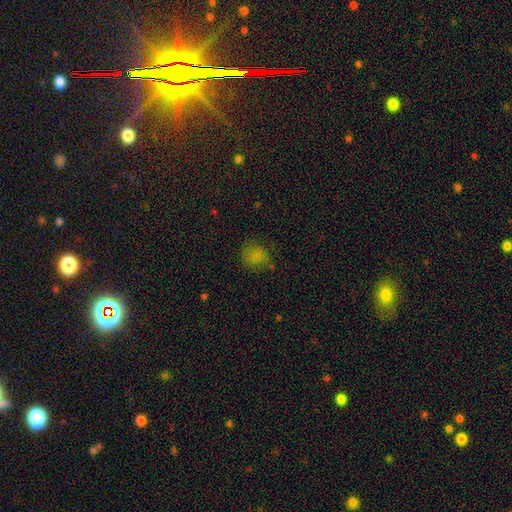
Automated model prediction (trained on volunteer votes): This is likely a smooth galaxy (76%). How rounded: likely round (77%). Merging: likely none (69%).